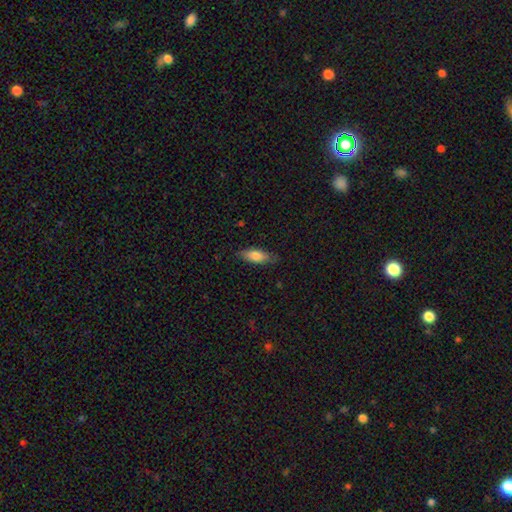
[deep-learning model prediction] Overall: smooth (79%). How rounded: in between (74%). Merging: none (80%).